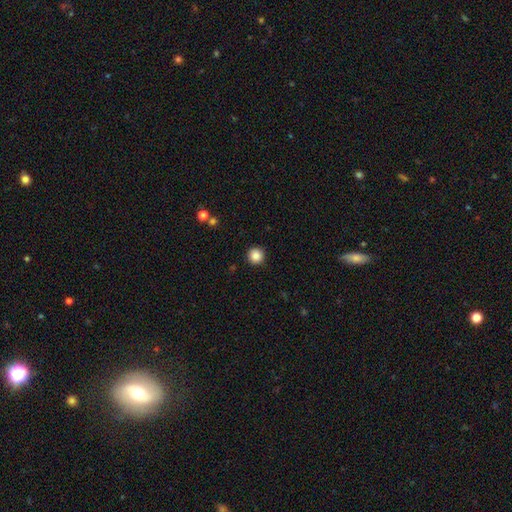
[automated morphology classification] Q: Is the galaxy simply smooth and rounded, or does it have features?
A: smooth — 87%.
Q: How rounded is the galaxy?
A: round — 95%.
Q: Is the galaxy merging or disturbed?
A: none — 92%.